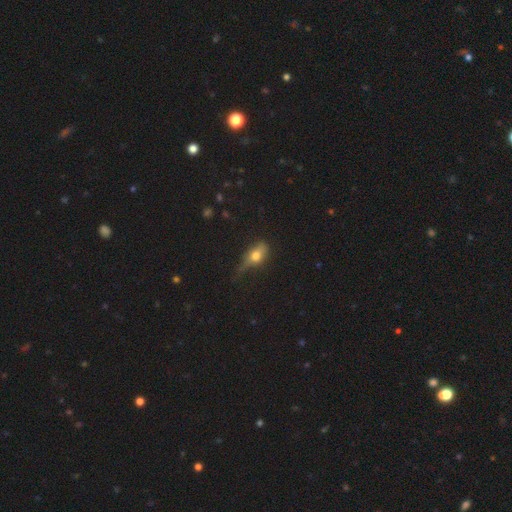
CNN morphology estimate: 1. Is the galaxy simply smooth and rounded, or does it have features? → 60% smooth, 29% featured or disk, 11% star or artifact.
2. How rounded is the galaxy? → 70% in between, 16% cigar-shaped, 14% round.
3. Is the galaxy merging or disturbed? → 41% none, 35% minor disturbance, 21% major disturbance, 4% merger.